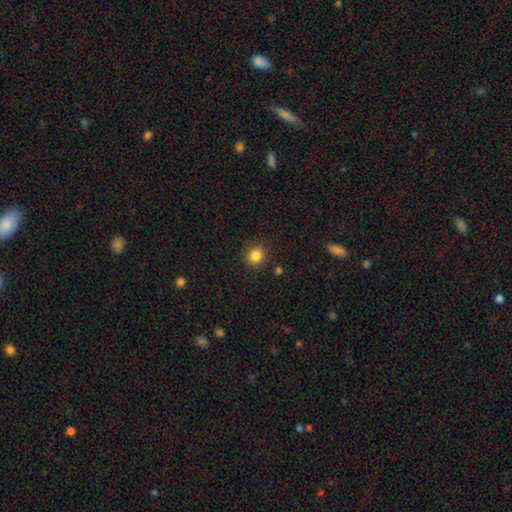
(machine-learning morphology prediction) The model was most divided on "how rounded": round: 85%, in between: 14%, cigar-shaped: 1%. More confident: merging — none (87%); smooth or featured — smooth (84%).